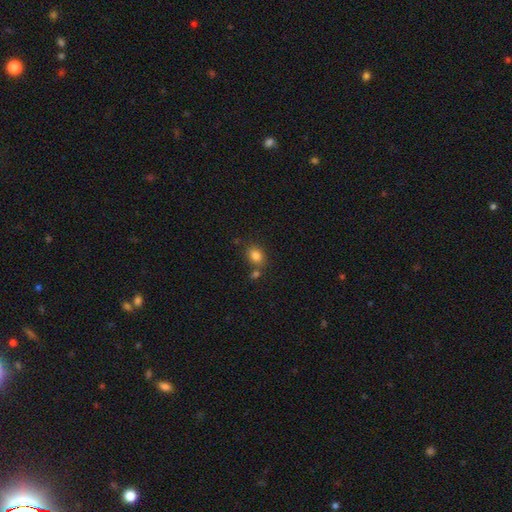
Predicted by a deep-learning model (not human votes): Smooth or featured: smooth — 83% (star or artifact — 11%)
How rounded: in between — 58% (round — 41%)
Merging: none — 66% (merger — 17%)